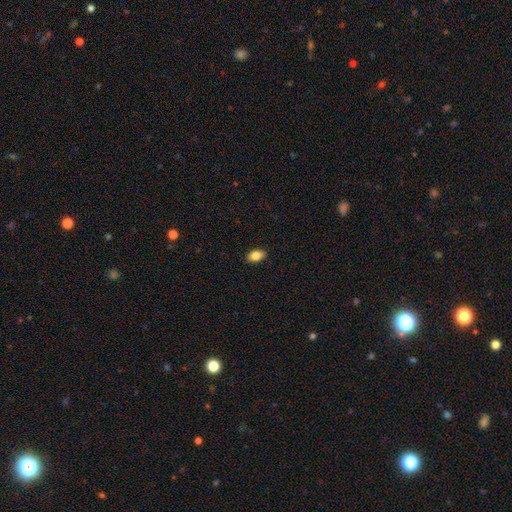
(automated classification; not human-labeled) This is clearly a smooth galaxy (84%). How rounded: clearly in between (89%). Merging: clearly none (89%).